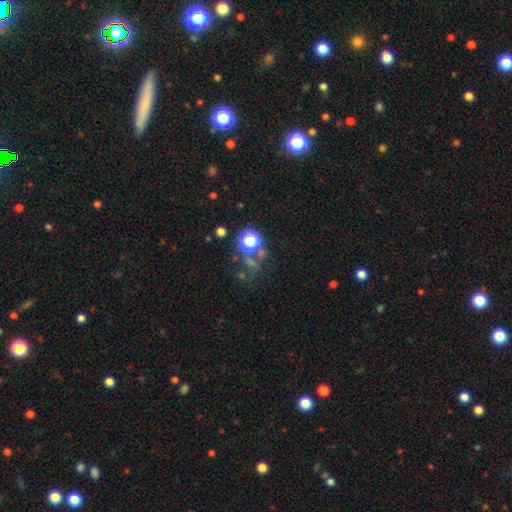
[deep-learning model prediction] Smooth or featured?
  - star or artifact: 58% *
  - smooth: 28%
  - featured or disk: 14%